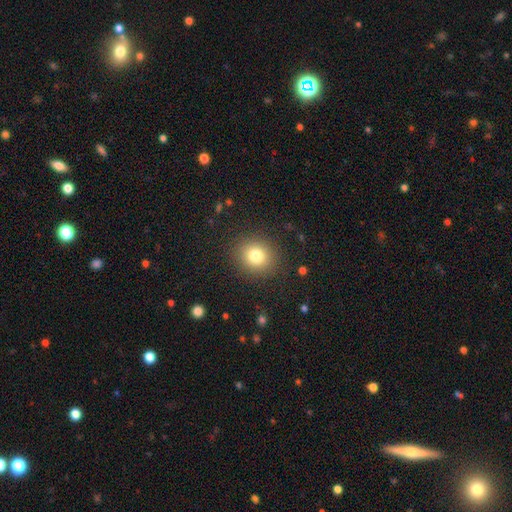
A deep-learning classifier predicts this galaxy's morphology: smooth-or-featured: smooth: 79% | star or artifact: 12% | featured or disk: 9%
  how-rounded: round: 81% | in between: 18% | cigar-shaped: 1%
  merging: none: 88% | minor disturbance: 8% | major disturbance: 3% | merger: 1%